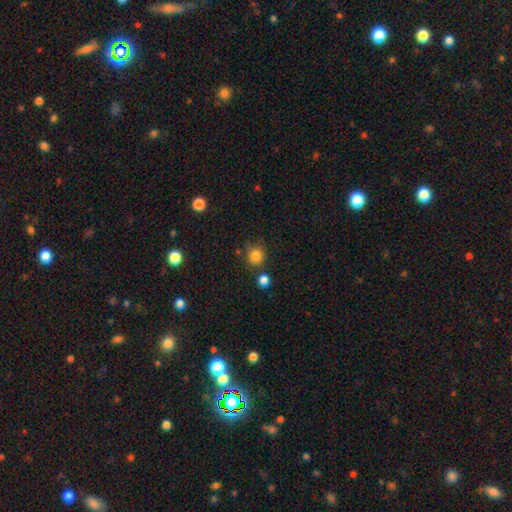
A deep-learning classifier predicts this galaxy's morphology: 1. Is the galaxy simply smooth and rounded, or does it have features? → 83% smooth, 12% star or artifact, 5% featured or disk.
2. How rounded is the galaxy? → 89% round, 10% in between, 1% cigar-shaped.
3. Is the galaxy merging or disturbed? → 75% none, 12% minor disturbance, 9% merger, 4% major disturbance.